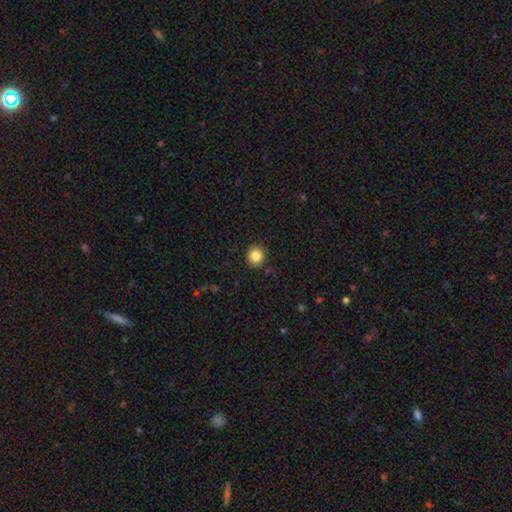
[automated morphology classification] Overall: smooth (85%). How rounded: round (92%). Merging: none (89%).